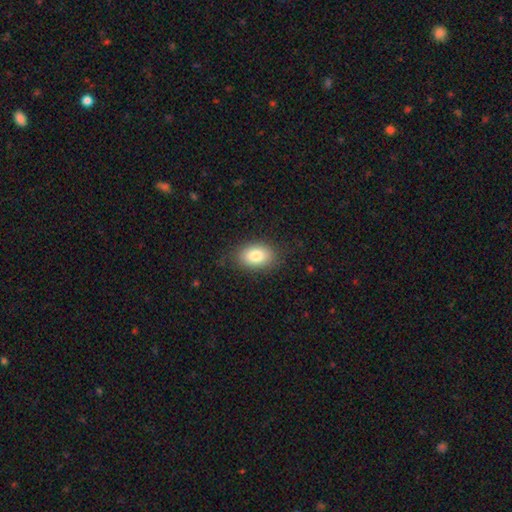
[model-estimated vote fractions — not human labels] smooth_or_featured: smooth (p=0.83) [alt: featured or disk p=0.09]
how_rounded: in between (p=0.87) [alt: round p=0.12]
merging: none (p=0.82) [alt: minor disturbance p=0.13]